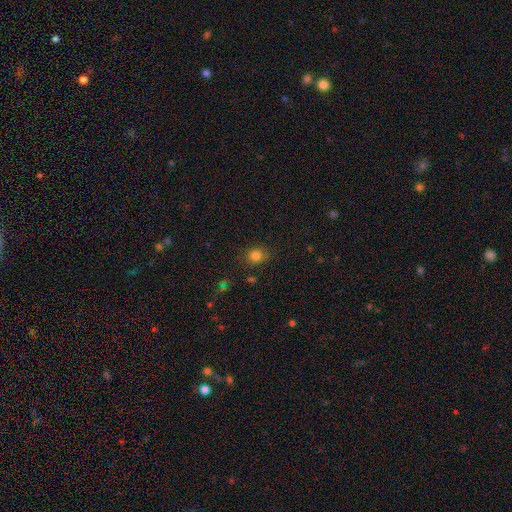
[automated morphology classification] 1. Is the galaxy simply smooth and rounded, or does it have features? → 81% smooth, 14% star or artifact, 5% featured or disk.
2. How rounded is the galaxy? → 69% round, 30% in between, 1% cigar-shaped.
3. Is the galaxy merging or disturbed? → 81% none, 13% minor disturbance, 4% major disturbance, 2% merger.